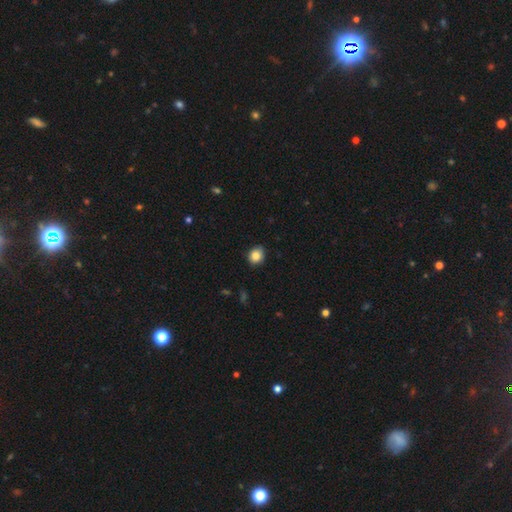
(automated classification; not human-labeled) A smooth galaxy with no disk features (85%) that is round (71%).

Vote fractions:
- Smooth or featured? smooth: 85% / star or artifact: 10% / featured or disk: 5%
- How rounded? round: 71% / in between: 28% / cigar-shaped: 1%
- Merging? none: 86% / minor disturbance: 11% / major disturbance: 2% / merger: 1%